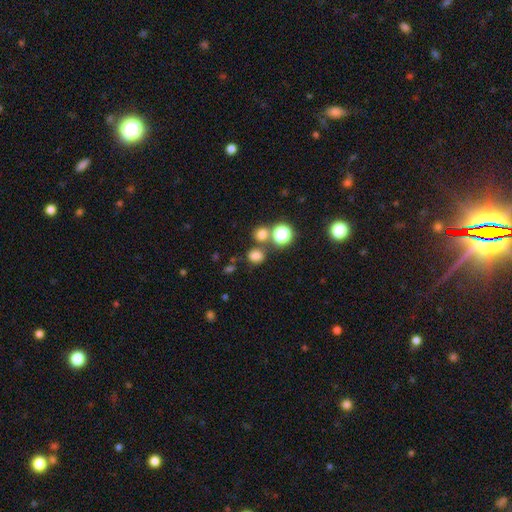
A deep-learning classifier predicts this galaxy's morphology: This is likely a smooth galaxy (74%). How rounded: likely round (64%). Merging: likely none (68%).